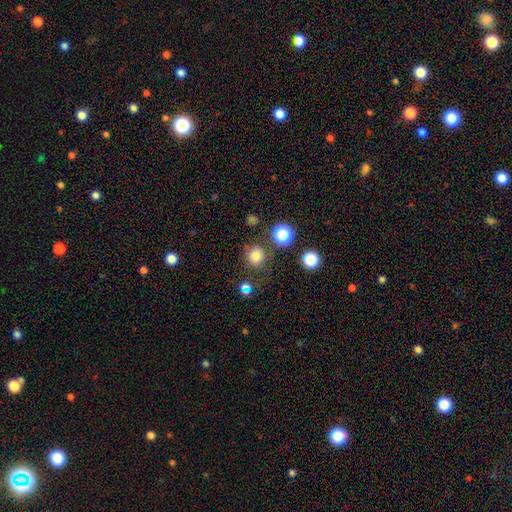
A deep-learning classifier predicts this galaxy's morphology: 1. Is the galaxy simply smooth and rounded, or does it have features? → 77% smooth, 16% star or artifact, 6% featured or disk.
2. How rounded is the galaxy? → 89% round, 10% in between, 1% cigar-shaped.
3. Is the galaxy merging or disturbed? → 79% none, 11% minor disturbance, 6% merger, 4% major disturbance.